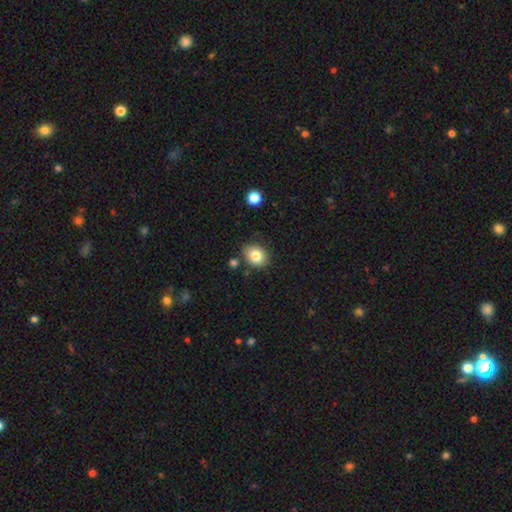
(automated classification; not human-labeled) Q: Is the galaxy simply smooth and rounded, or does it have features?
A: smooth — 83%.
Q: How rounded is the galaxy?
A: in between — 52%.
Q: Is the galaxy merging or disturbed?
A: none — 79%.